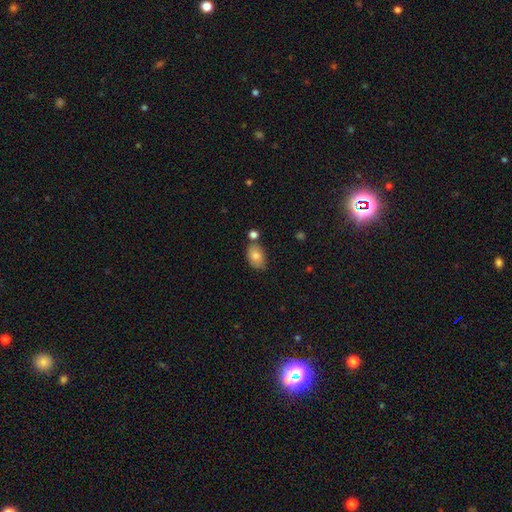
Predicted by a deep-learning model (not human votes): Smooth or featured? smooth (80%)
How rounded? in between (88%)
Merging? none (63%)